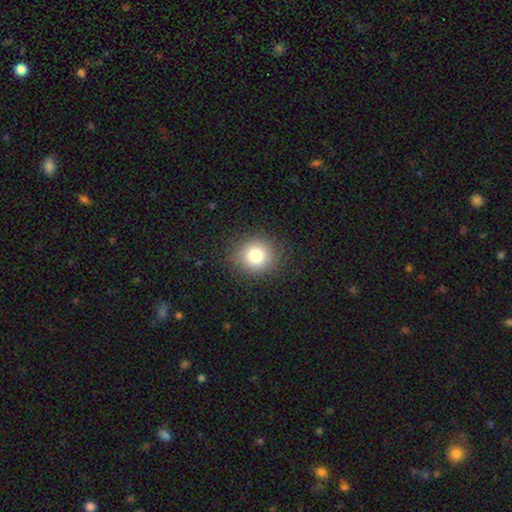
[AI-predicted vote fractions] This is likely a smooth galaxy (79%). How rounded: clearly round (90%). Merging: clearly none (89%).